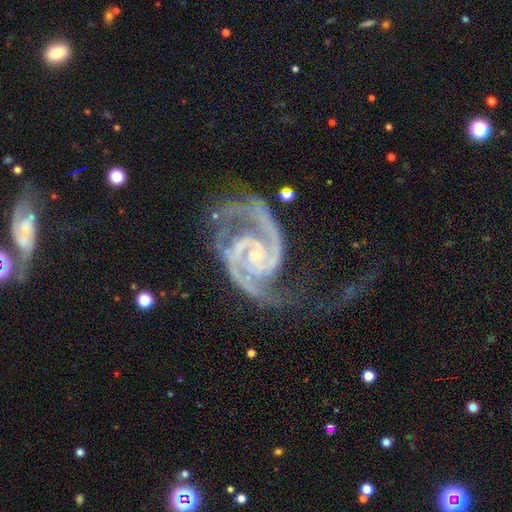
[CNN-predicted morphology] This is clearly a featured or disk galaxy (94%). It is clearly not viewed edge-on (98%). Bar: possibly no (56%). Spiral arm pattern: clearly yes (99%). Spiral arm count: clearly 2 (85%). Spiral winding: possibly medium (47%). Central bulge: likely small (74%). Merging: marginally none (43%).